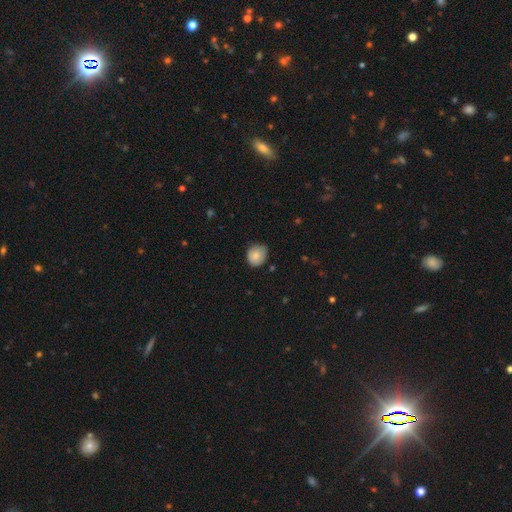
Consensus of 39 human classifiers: Overall: smooth (79%). How rounded: round (81%). Merging: minor disturbance (56%; none 39%).